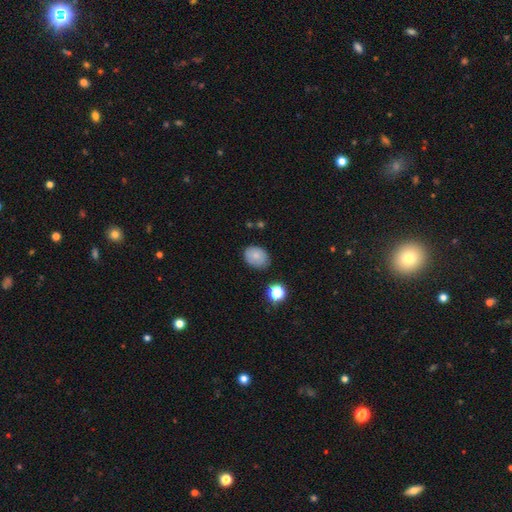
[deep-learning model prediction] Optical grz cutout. It shows a smooth galaxy with no disk features (77%) that is in between round and cigar-shaped (58%). Merging: none (78%).